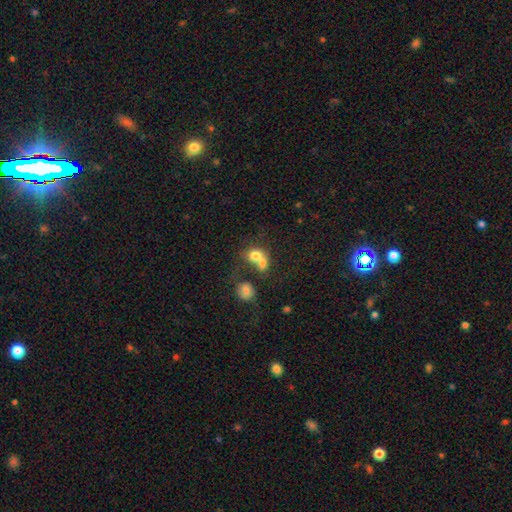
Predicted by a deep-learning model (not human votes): Morphology: type=smooth (72%); roundness=round (57%); merging=merger (63%).